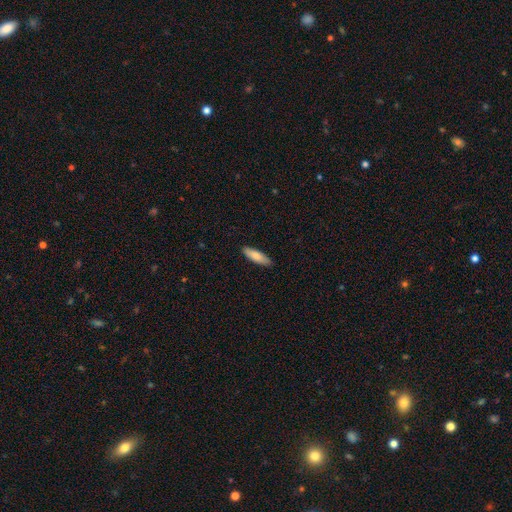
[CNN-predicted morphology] This appears to be a smooth galaxy with no disk features (81%) that is cigar-shaped (56%). Merging: none (88%).